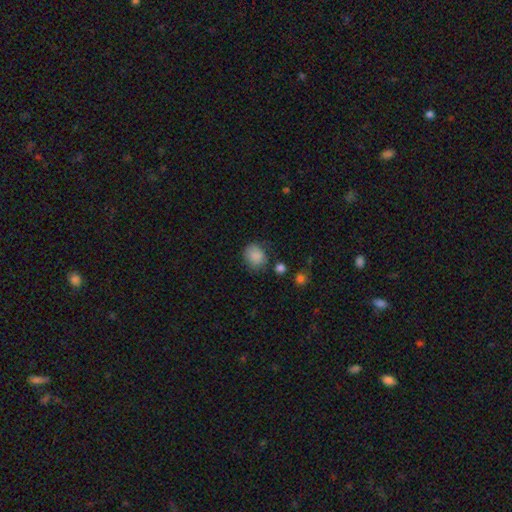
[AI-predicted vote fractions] Smooth or featured?
  - smooth: 86% *
  - star or artifact: 9%
  - featured or disk: 5%
How rounded?
  - round: 62% *
  - in between: 37%
  - cigar-shaped: 1%
Merging?
  - none: 69% *
  - minor disturbance: 21%
  - major disturbance: 7%
  - merger: 4%